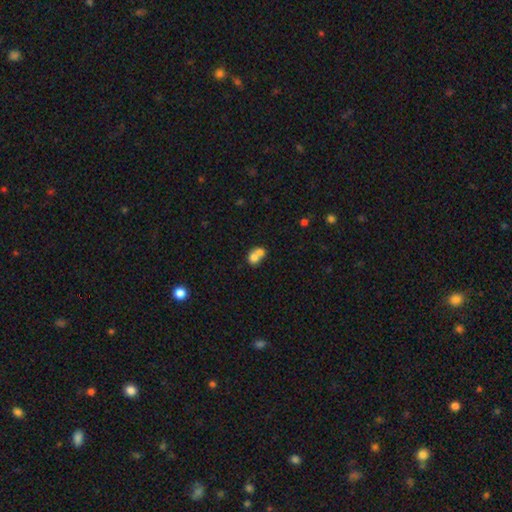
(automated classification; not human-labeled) Smooth or featured?
  - smooth: 71% *
  - featured or disk: 19%
  - star or artifact: 10%
How rounded?
  - round: 68% *
  - in between: 31%
  - cigar-shaped: 1%
Merging?
  - merger: 70% *
  - none: 22%
  - minor disturbance: 5%
  - major disturbance: 3%